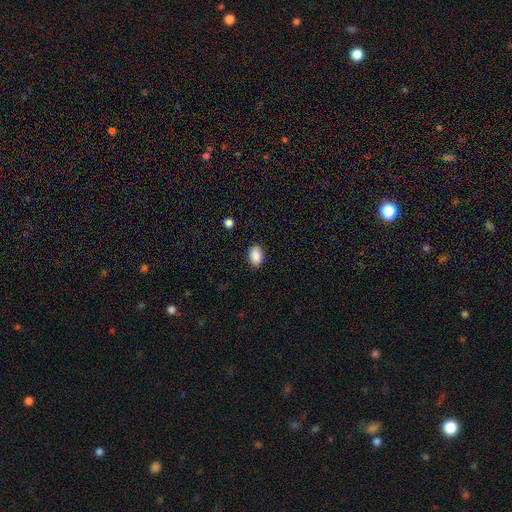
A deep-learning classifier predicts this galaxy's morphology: This appears to be a smooth galaxy with no disk features (89%) that is in between round and cigar-shaped (84%). Merging: none (85%).